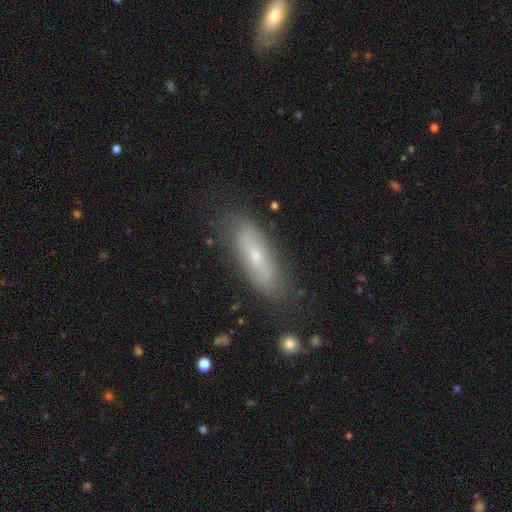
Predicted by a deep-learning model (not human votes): This is possibly a smooth galaxy (51%). How rounded: possibly in between (49%). Merging: likely none (78%).